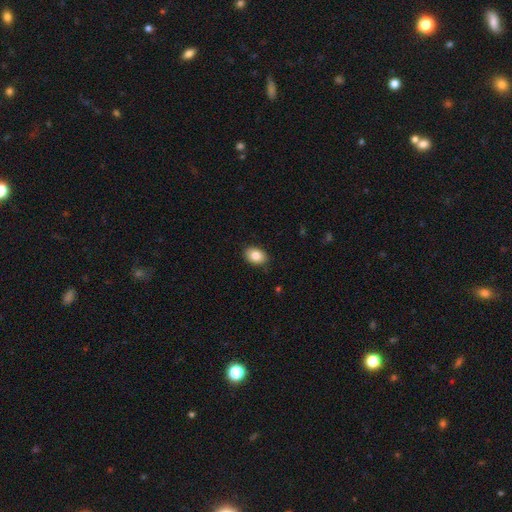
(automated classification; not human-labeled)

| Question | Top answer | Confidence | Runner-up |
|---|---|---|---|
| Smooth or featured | smooth | 85% | star or artifact (8%) |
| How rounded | in between | 78% | round (21%) |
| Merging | none | 89% | minor disturbance (9%) |